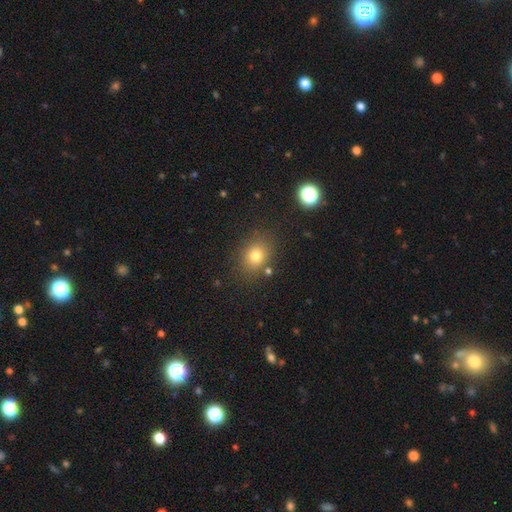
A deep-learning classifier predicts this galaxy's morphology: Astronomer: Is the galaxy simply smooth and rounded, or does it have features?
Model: smooth — 77%.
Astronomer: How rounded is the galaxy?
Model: round — 50% (runner-up: in between, 49%).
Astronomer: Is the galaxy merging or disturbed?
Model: none — 81%.